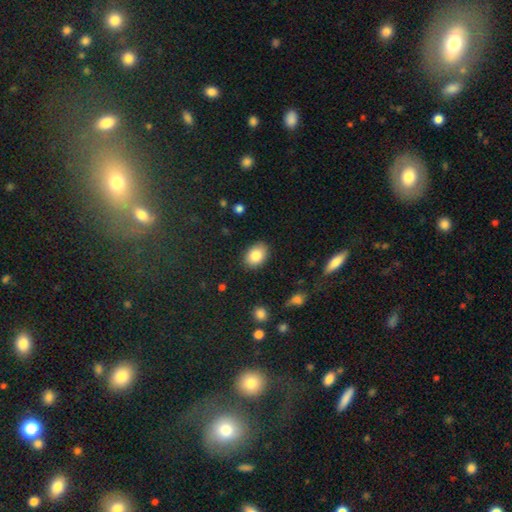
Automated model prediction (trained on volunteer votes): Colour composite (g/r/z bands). It shows a smooth galaxy with no disk features (83%) that is in between round and cigar-shaped (77%). Merging: none (87%).